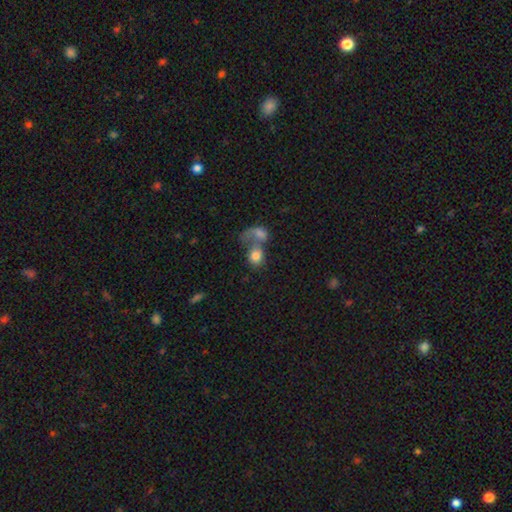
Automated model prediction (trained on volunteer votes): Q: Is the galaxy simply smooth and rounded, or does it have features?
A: smooth — 75%.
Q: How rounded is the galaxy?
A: round — 53%.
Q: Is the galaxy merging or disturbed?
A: merger — 63%.